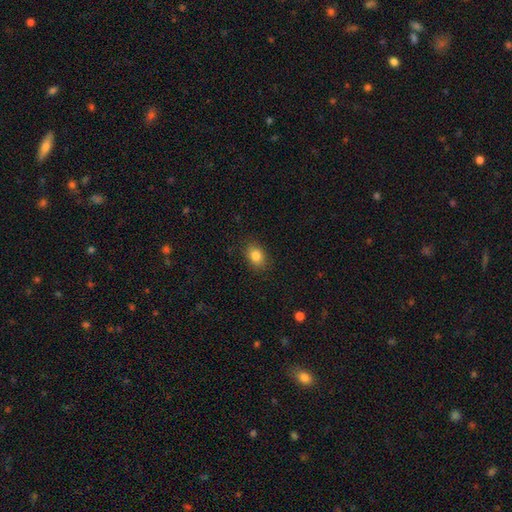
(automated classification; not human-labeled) smooth-or-featured: smooth: 84% | star or artifact: 10% | featured or disk: 6%
  how-rounded: in between: 72% | round: 27% | cigar-shaped: 1%
  merging: none: 86% | minor disturbance: 10% | major disturbance: 3% | merger: 1%